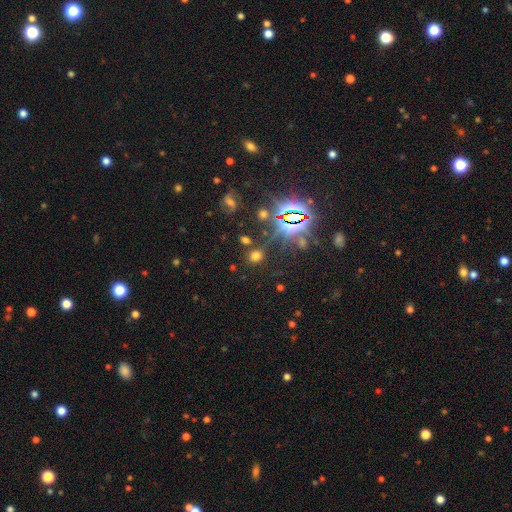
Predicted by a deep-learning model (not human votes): The model was most divided on "smooth or featured": smooth: 51%, star or artifact: 41%, featured or disk: 8%. More confident: merging — none (76%); how rounded — round (74%).